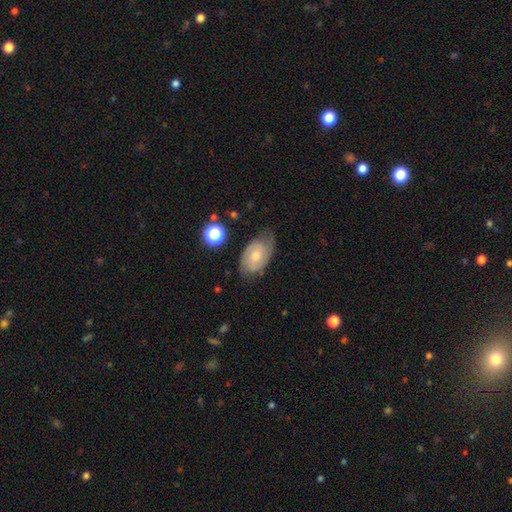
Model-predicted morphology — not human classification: A featured or disk galaxy (57%) with no bar (68%), spiral arms (85%) and a moderate central bulge (47%).

Vote fractions:
- Smooth or featured? featured or disk: 57% / smooth: 35% / star or artifact: 8%
- Edge-on disk? no: 95% / yes: 5%
- Bar? no: 68% / weak: 28% / strong: 4%
- Spiral arms? yes: 85% / no: 15%
- Bulge size? moderate: 47% / small: 46% / none: 3% / large: 3% / dominant: 1%
- Merging? none: 61% / minor disturbance: 28% / major disturbance: 9% / merger: 2%